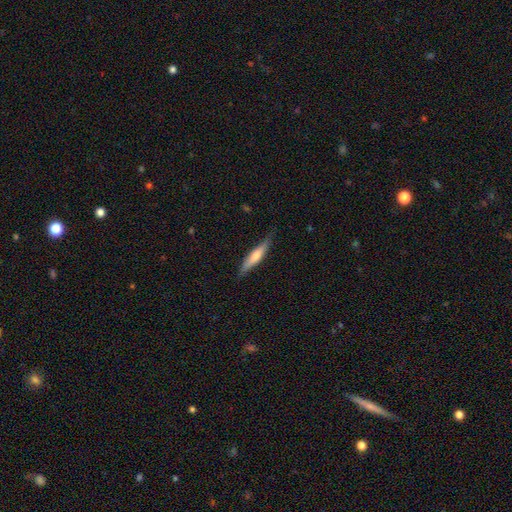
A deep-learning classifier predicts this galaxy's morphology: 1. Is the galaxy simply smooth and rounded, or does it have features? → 52% smooth, 42% featured or disk, 6% star or artifact.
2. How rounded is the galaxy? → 87% cigar-shaped, 12% in between, 1% round.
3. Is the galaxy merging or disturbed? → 81% none, 15% minor disturbance, 3% major disturbance, 1% merger.